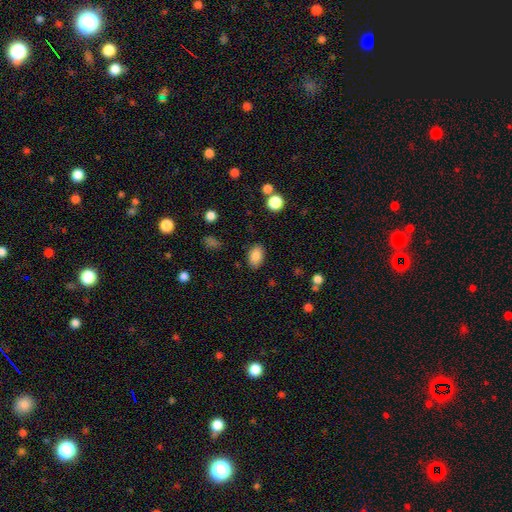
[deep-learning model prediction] A smooth galaxy with no disk features (86%) that is in between round and cigar-shaped (88%).

Vote fractions:
- Smooth or featured? smooth: 86% / star or artifact: 9% / featured or disk: 5%
- How rounded? in between: 88% / round: 11% / cigar-shaped: 1%
- Merging? none: 86% / minor disturbance: 10% / major disturbance: 3% / merger: 2%